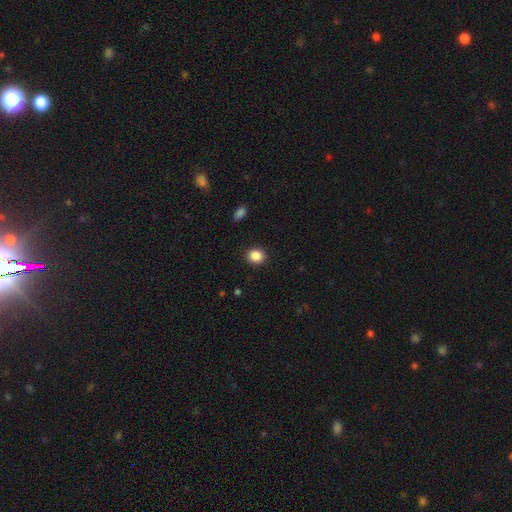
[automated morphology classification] Smooth or featured?
  - smooth: 87% *
  - star or artifact: 10%
  - featured or disk: 3%
How rounded?
  - round: 67% *
  - in between: 32%
  - cigar-shaped: 1%
Merging?
  - none: 90% *
  - minor disturbance: 7%
  - major disturbance: 2%
  - merger: 1%